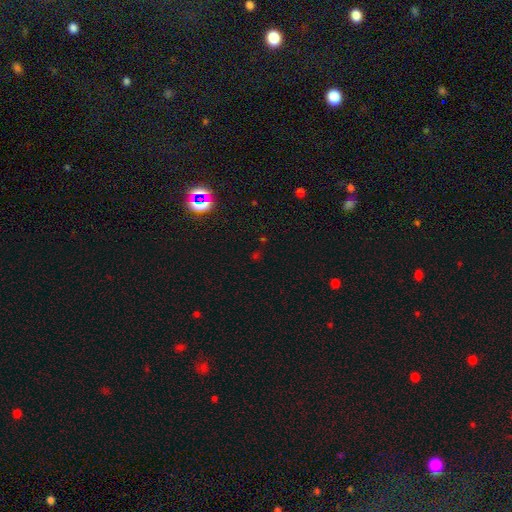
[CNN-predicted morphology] Smooth or featured?
  - star or artifact: 64% *
  - smooth: 29%
  - featured or disk: 8%